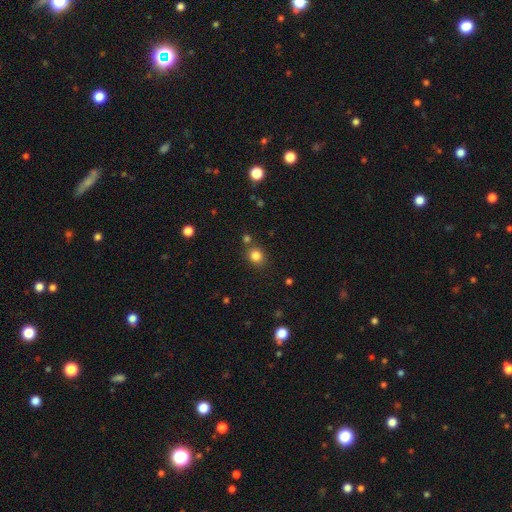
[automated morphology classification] Smooth or featured? smooth (82%)
How rounded? round (76%)
Merging? none (78%)